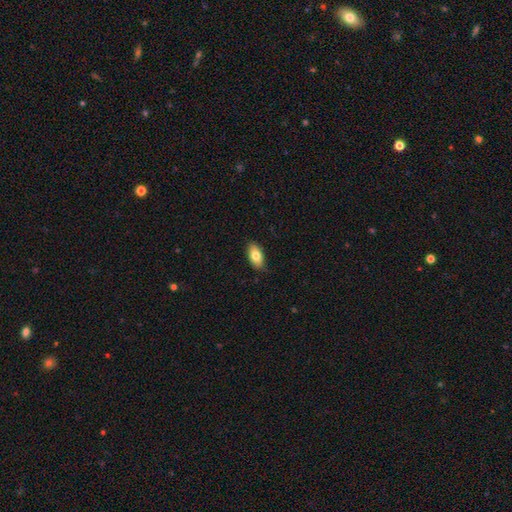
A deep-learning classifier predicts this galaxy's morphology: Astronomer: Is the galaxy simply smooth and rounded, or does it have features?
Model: smooth — 79%.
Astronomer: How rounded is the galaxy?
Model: in between — 91%.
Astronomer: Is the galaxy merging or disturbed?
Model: none — 85%.